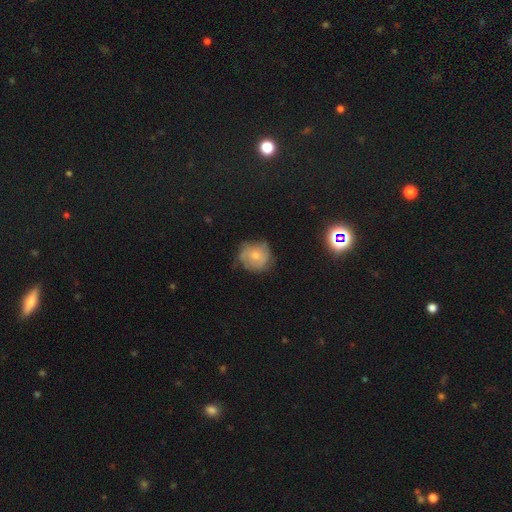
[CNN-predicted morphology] The model was most divided on "smooth or featured": smooth: 53%, featured or disk: 38%, star or artifact: 9%. More confident: how rounded — round (83%); merging — none (60%).